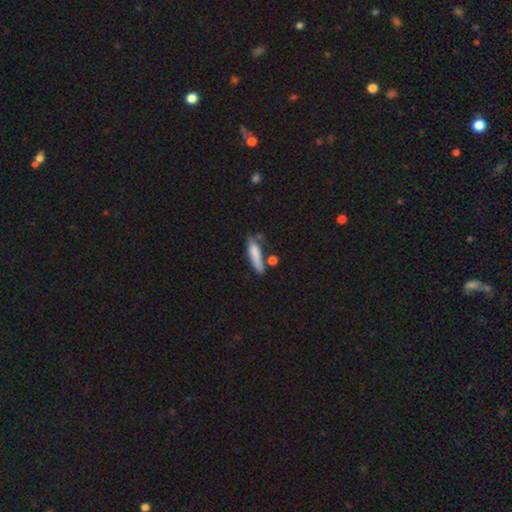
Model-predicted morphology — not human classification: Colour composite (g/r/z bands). It shows a smooth galaxy with no disk features (78%) that is cigar-shaped (74%). Merging: none (56%).